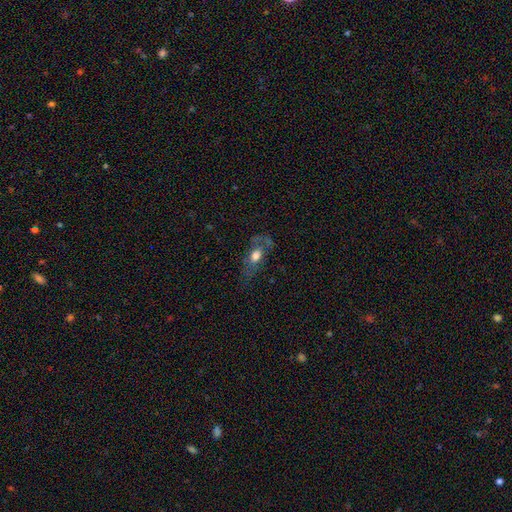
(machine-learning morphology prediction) Smooth or featured?
  - smooth: 53% *
  - featured or disk: 37%
  - star or artifact: 9%
How rounded?
  - in between: 75% *
  - round: 14%
  - cigar-shaped: 11%
Merging?
  - none: 58% *
  - minor disturbance: 22%
  - major disturbance: 18%
  - merger: 3%